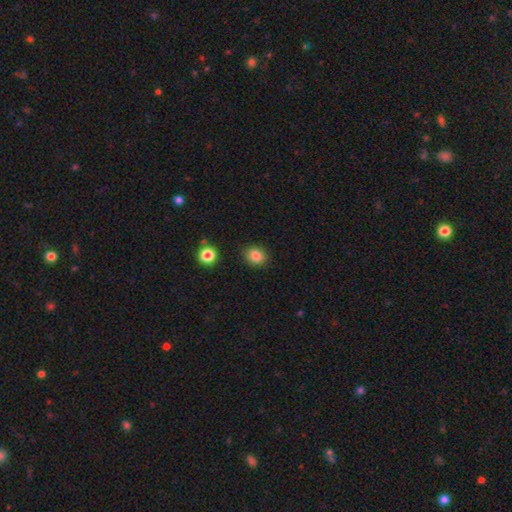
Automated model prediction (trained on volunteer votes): smooth 84%, star or artifact 11%, featured or disk 5%. Down the decision tree: how rounded — round (65%); merging — none (88%).